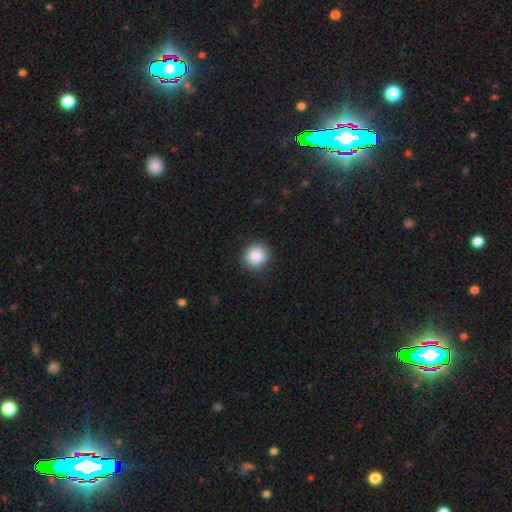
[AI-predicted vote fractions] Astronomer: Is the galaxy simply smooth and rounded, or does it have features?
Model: smooth — 86%.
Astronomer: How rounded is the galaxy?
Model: round — 89%.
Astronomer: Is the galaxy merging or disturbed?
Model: none — 86%.